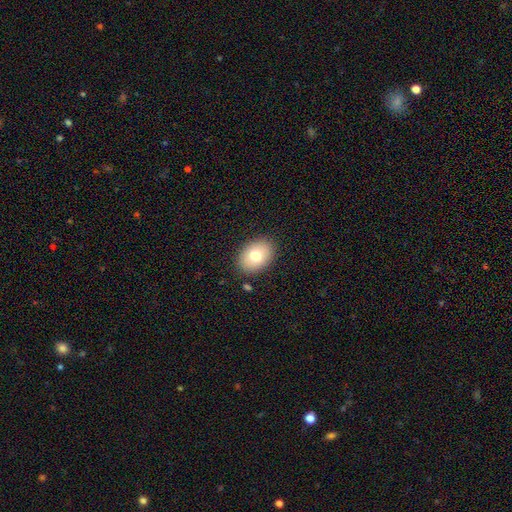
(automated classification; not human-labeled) A smooth galaxy with no disk features (75%) that is in between round and cigar-shaped (78%). Merging: none (86%).